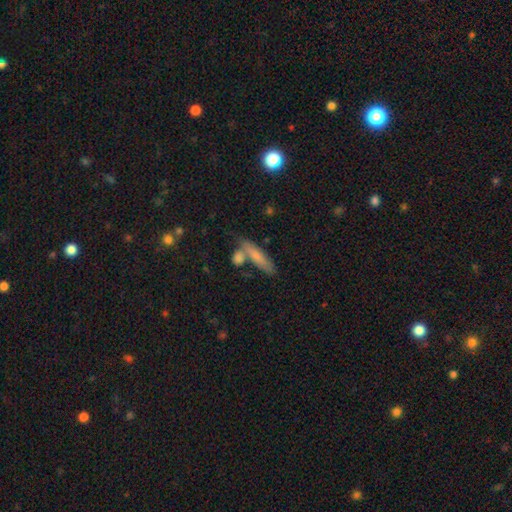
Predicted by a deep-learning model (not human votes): A smooth galaxy with no disk features (69%) that is cigar-shaped (72%). Merging: none (62%).